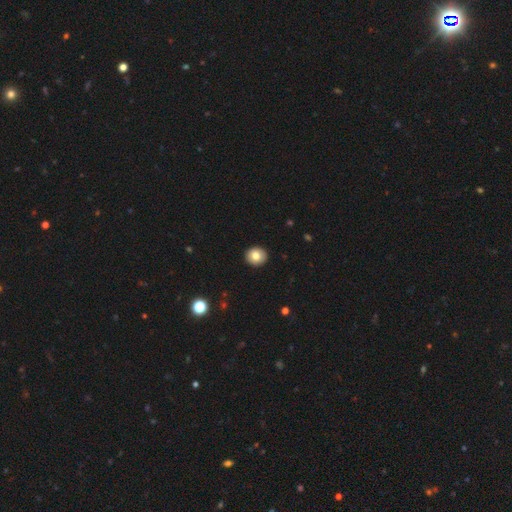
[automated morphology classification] Smooth or featured? smooth (80%)
How rounded? round (86%)
Merging? none (93%)